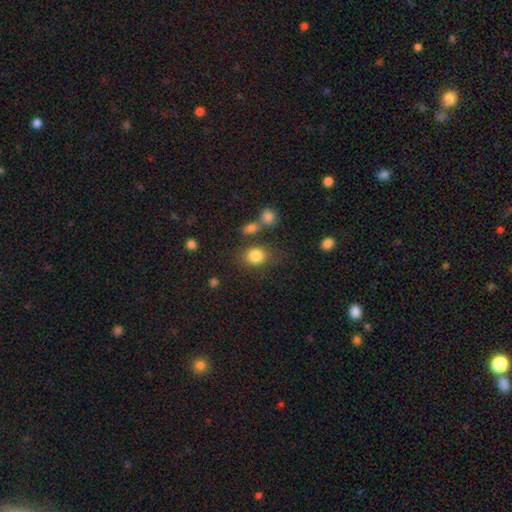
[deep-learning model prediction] Q: Smooth or featured?
A: smooth (83%); runner-up: star or artifact (10%)
Q: How rounded?
A: round (60%); runner-up: in between (39%)
Q: Merging?
A: none (71%); runner-up: minor disturbance (13%)